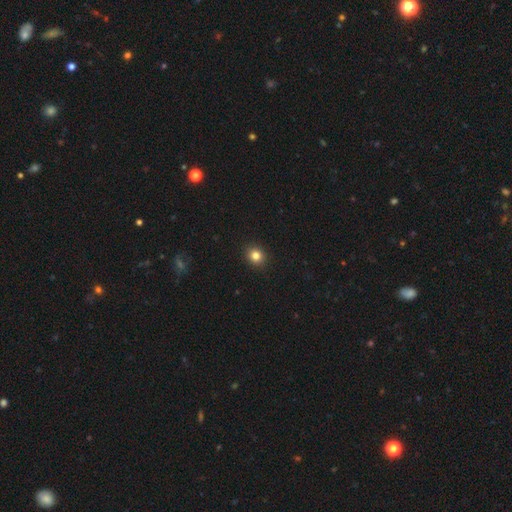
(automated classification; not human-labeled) Morphology: type=smooth (83%); roundness=round (80%); merging=none (92%).